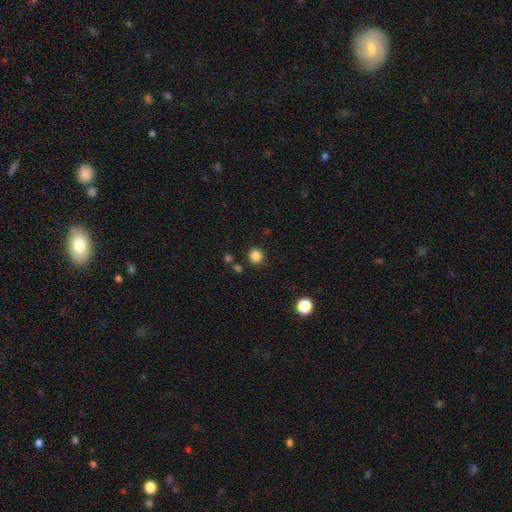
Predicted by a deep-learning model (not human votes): Smooth or featured? smooth (84%)
How rounded? round (90%)
Merging? none (85%)